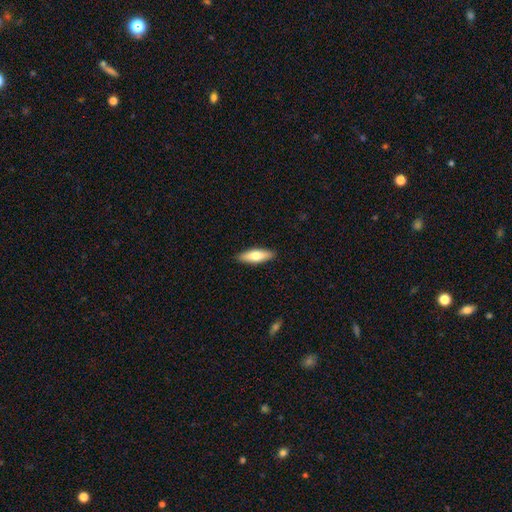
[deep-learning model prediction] Smooth or featured? smooth (72%)
How rounded? in between (52%)
Merging? none (90%)